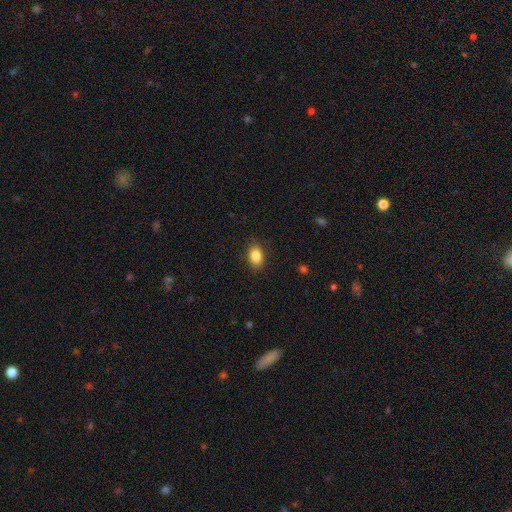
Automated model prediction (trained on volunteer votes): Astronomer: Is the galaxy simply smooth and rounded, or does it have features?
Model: smooth — 86%.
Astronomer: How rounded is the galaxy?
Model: in between — 83%.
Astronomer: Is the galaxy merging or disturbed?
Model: none — 87%.